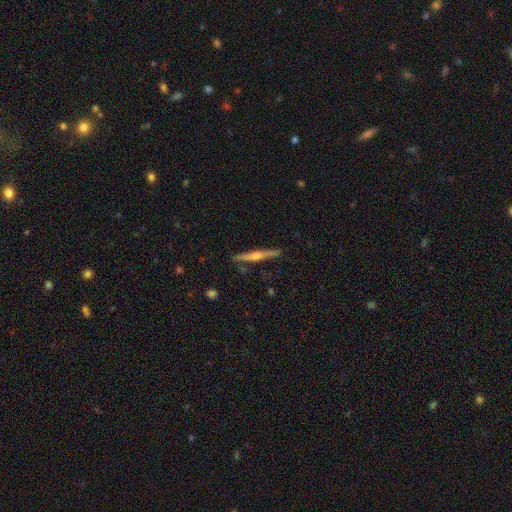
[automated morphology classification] Overall: featured or disk (72%). Edge-on disk: yes (98%). Edge-on bulge: rounded (83%). Merging: none (89%).